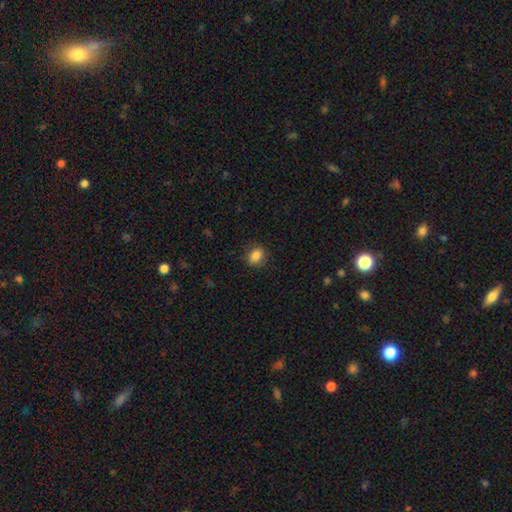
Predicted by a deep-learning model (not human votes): This appears to be a smooth galaxy with no disk features (85%) that is round (51%). Merging: none (86%).